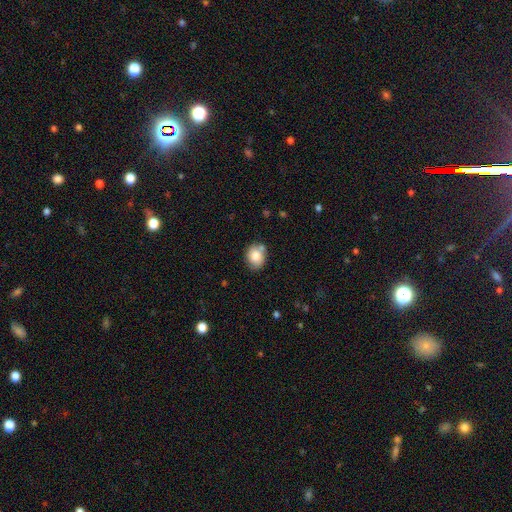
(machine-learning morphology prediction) Overall: smooth (81%). How rounded: round (57%; in between 42%). Merging: none (73%).